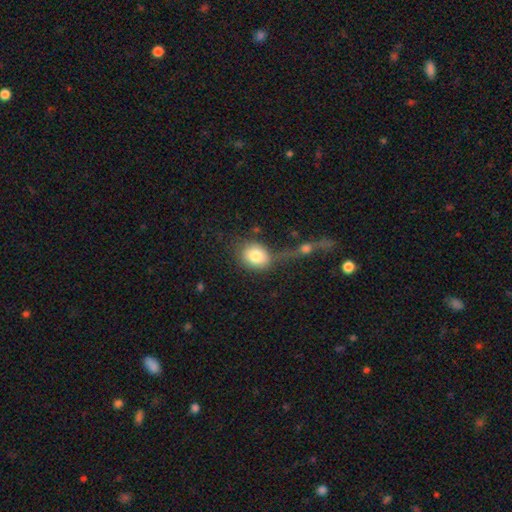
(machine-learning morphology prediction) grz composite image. It shows a smooth galaxy with no disk features (80%) that is round (60%). Merging: none (46%).